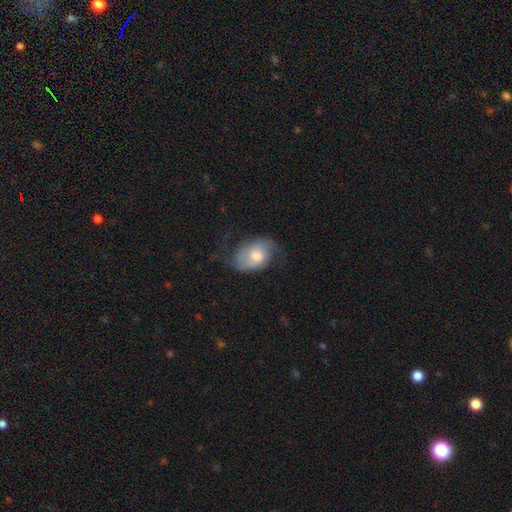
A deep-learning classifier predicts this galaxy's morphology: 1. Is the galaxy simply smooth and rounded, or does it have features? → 51% featured or disk, 42% smooth, 7% star or artifact.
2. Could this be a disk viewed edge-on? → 96% no, 4% yes.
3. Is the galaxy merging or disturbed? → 48% none, 27% minor disturbance, 23% major disturbance, 2% merger.